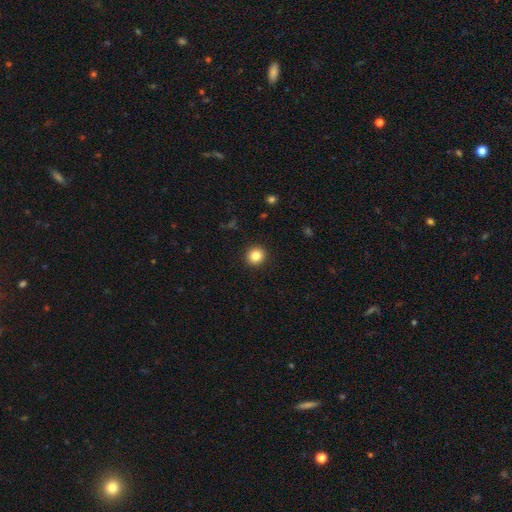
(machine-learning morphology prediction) type=smooth (84%); roundness=round (91%); merging=none (93%).